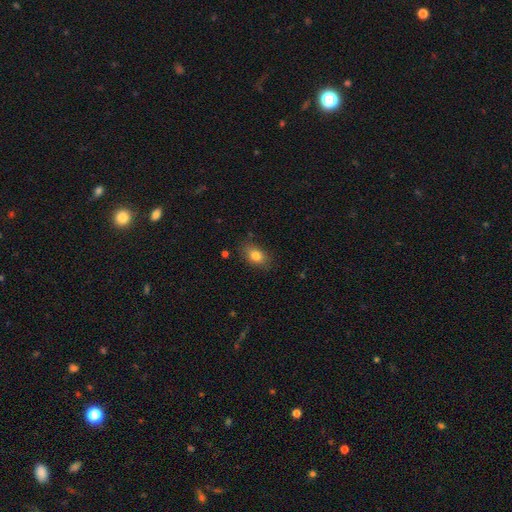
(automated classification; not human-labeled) A smooth galaxy with no disk features (82%) that is in between round and cigar-shaped (83%).

Vote fractions:
- Smooth or featured? smooth: 82% / star or artifact: 9% / featured or disk: 9%
- How rounded? in between: 83% / round: 15% / cigar-shaped: 2%
- Merging? none: 82% / minor disturbance: 13% / major disturbance: 3% / merger: 1%